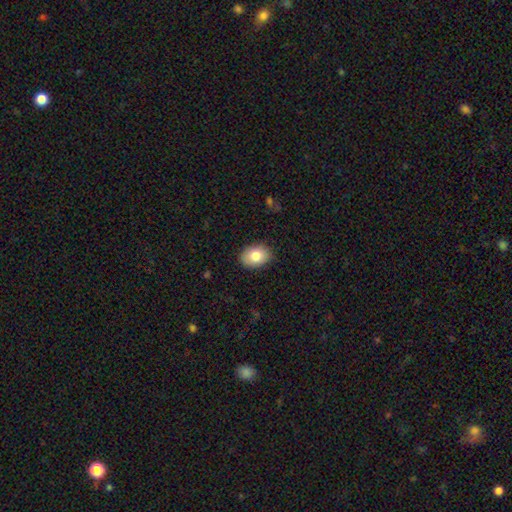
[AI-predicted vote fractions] A smooth galaxy with no disk features (82%) that is in between round and cigar-shaped (76%).

Vote fractions:
- Smooth or featured? smooth: 82% / featured or disk: 11% / star or artifact: 7%
- How rounded? in between: 76% / round: 23% / cigar-shaped: 1%
- Merging? none: 86% / minor disturbance: 10% / major disturbance: 2% / merger: 1%